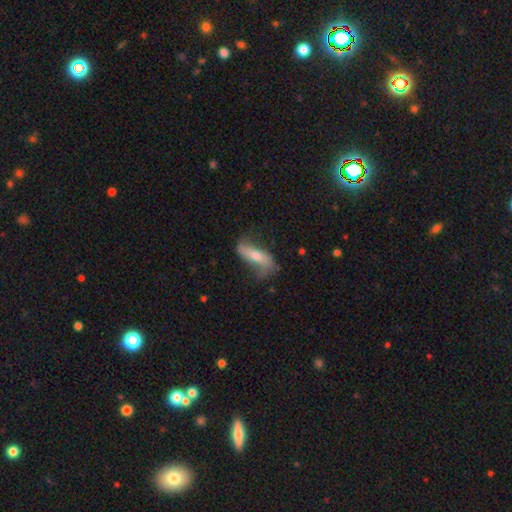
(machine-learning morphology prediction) type=featured or disk (58%); edge-on=no (74%); merging=none (60%).